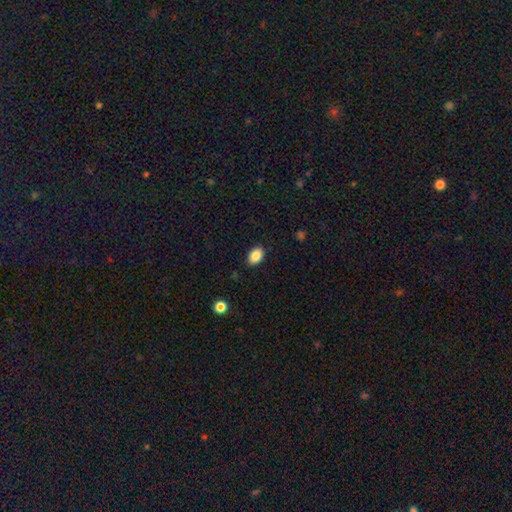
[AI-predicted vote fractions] Smooth or featured: smooth — 87% (star or artifact — 8%)
How rounded: in between — 84% (round — 15%)
Merging: none — 88% (minor disturbance — 9%)